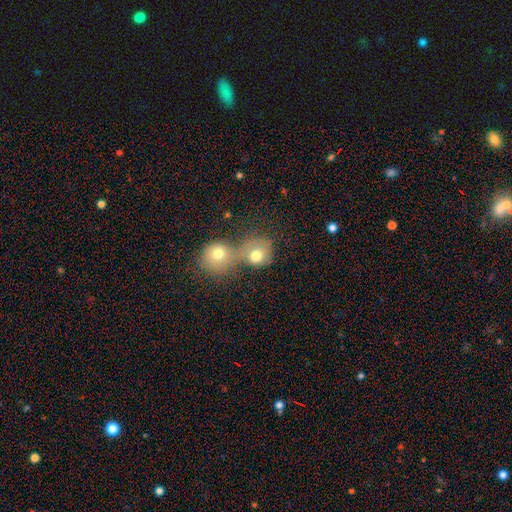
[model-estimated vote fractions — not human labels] smooth_or_featured: smooth (p=0.75) [alt: featured or disk p=0.14]
how_rounded: round (p=0.82) [alt: in between p=0.17]
merging: merger (p=0.65) [alt: none p=0.24]